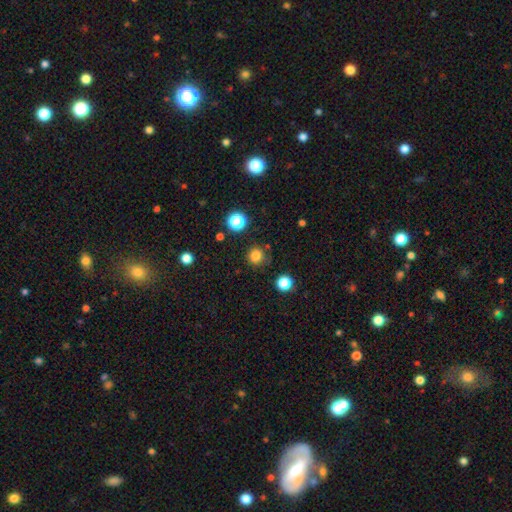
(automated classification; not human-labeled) Overall: smooth (81%). How rounded: round (92%). Merging: none (83%).